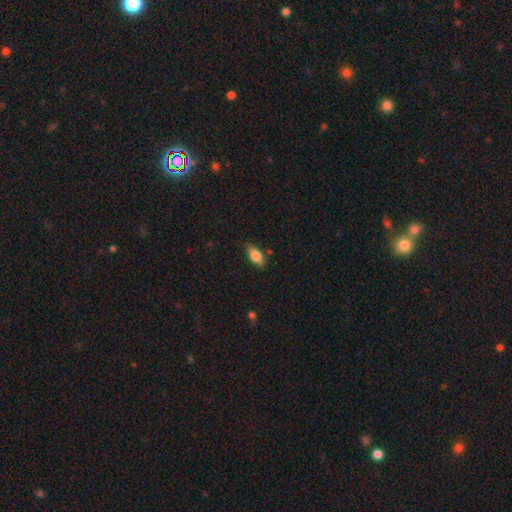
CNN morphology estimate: A smooth galaxy with no disk features (79%) that is in between round and cigar-shaped (86%).

Vote fractions:
- Smooth or featured? smooth: 79% / featured or disk: 13% / star or artifact: 7%
- How rounded? in between: 86% / cigar-shaped: 10% / round: 4%
- Merging? none: 71% / minor disturbance: 23% / major disturbance: 4% / merger: 3%